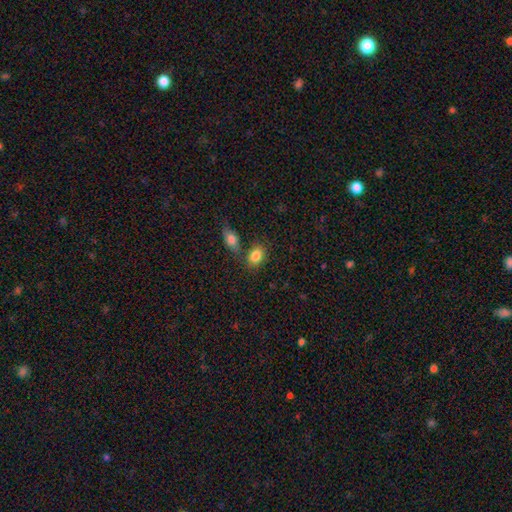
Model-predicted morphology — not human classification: Smooth or featured? smooth (85%)
How rounded? in between (80%)
Merging? none (63%)